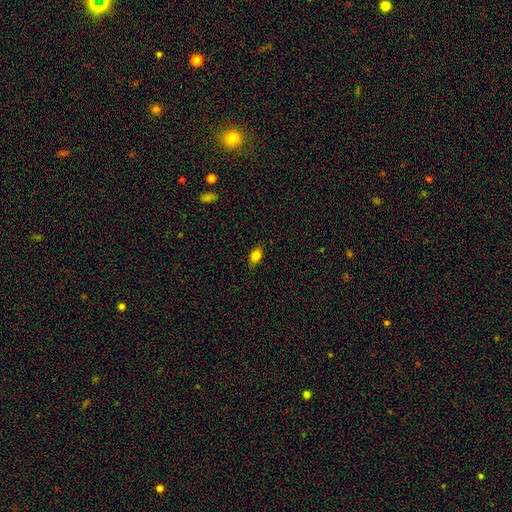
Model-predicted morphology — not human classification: Overall: smooth (82%). How rounded: in between (83%). Merging: none (80%).